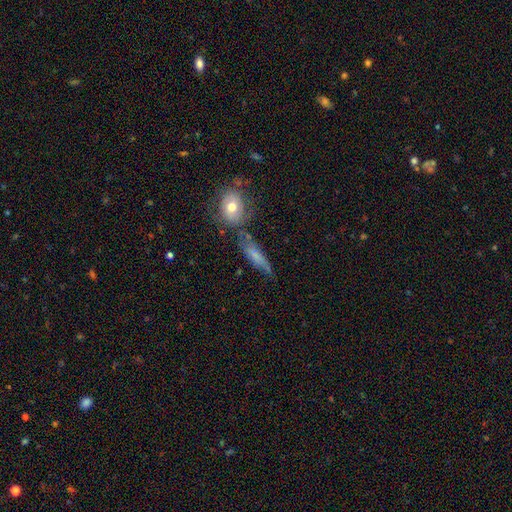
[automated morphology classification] Smooth or featured? Predicted: smooth (p=0.61). How rounded? Predicted: cigar-shaped (p=0.55). Merging? Predicted: none (p=0.45).